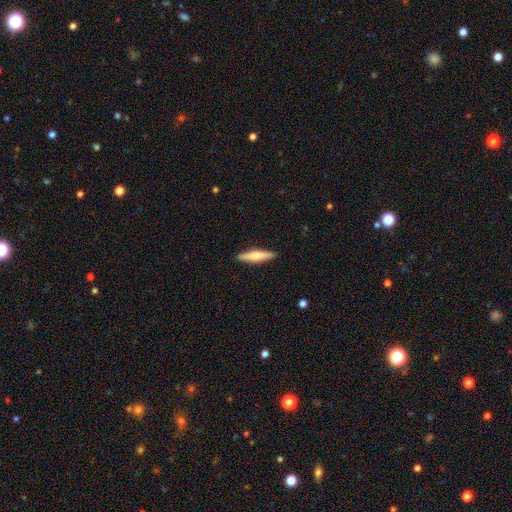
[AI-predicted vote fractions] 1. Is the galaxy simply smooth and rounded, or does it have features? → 51% smooth, 43% featured or disk, 5% star or artifact.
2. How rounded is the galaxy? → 82% cigar-shaped, 16% in between, 2% round.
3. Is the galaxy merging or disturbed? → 91% none, 7% minor disturbance, 2% major disturbance, 1% merger.